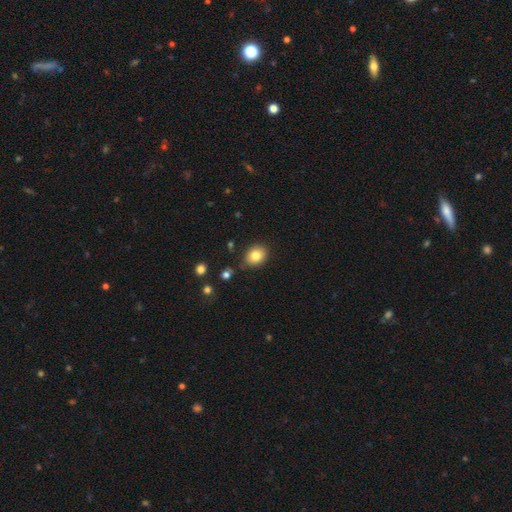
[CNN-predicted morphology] Overall: smooth (83%). How rounded: in between (52%; round 47%). Merging: none (80%).